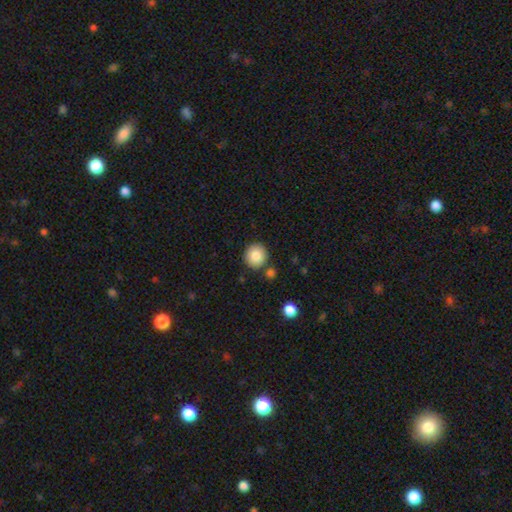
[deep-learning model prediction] smooth-or-featured: smooth: 85% | star or artifact: 9% | featured or disk: 6%
  how-rounded: round: 91% | in between: 8% | cigar-shaped: 1%
  merging: none: 83% | minor disturbance: 8% | merger: 7% | major disturbance: 2%